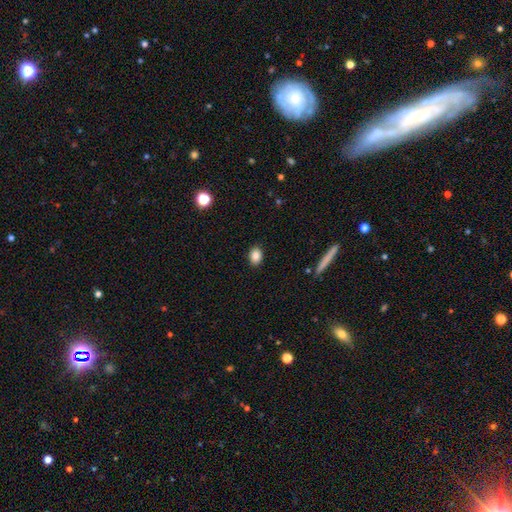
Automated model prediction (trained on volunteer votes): This is clearly a smooth galaxy (85%). How rounded: likely in between (72%). Merging: clearly none (89%).